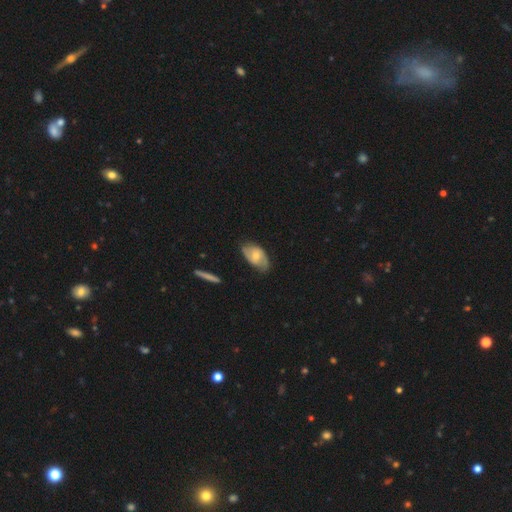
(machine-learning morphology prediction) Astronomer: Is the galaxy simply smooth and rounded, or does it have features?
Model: featured or disk — 60%.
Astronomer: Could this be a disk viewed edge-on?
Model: no — 93%.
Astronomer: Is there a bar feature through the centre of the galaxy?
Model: no — 65%.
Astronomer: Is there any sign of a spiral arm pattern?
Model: yes — 85%.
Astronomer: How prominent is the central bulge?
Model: moderate — 52% (runner-up: small, 43%).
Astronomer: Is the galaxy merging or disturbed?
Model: none — 66%.